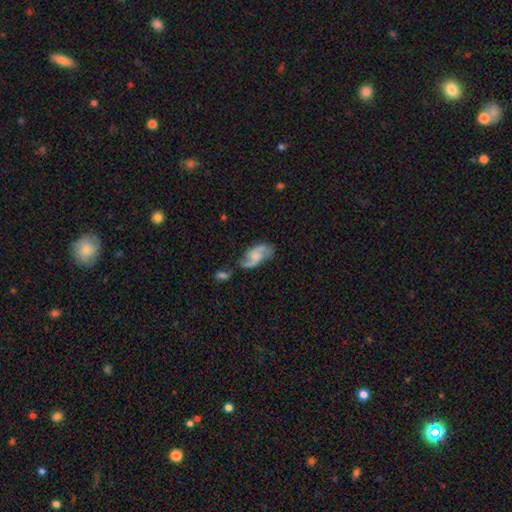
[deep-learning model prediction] Smooth or featured: featured or disk — 76% (smooth — 17%)
Edge-on disk: no — 97% (yes — 3%)
Bar: no — 56% (weak — 36%)
Spiral arms: yes — 94% (no — 6%)
Spiral winding: loose — 64% (medium — 29%)
Spiral arm count: 2 — 91% (can't tell — 3%)
Bulge size: none — 52% (small — 20%)
Merging: none — 56% (minor disturbance — 22%)